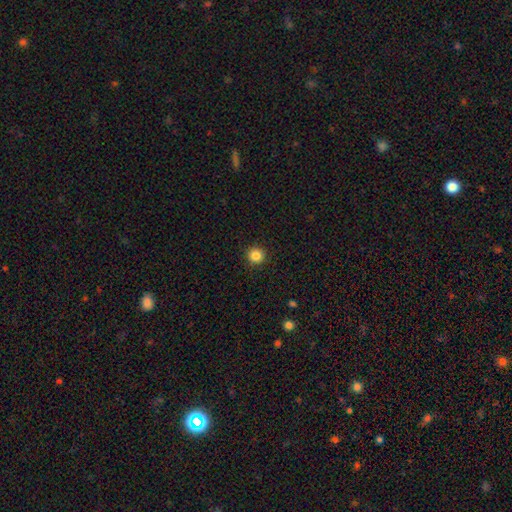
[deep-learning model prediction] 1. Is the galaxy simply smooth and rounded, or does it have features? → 84% smooth, 12% star or artifact, 4% featured or disk.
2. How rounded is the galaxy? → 95% round, 4% in between, 1% cigar-shaped.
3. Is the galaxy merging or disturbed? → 92% none, 5% minor disturbance, 2% major disturbance, 1% merger.